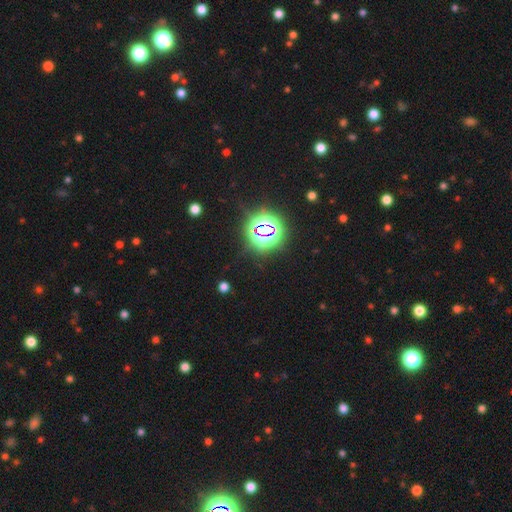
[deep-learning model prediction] star or artifact 73%, smooth 21%, featured or disk 6%.